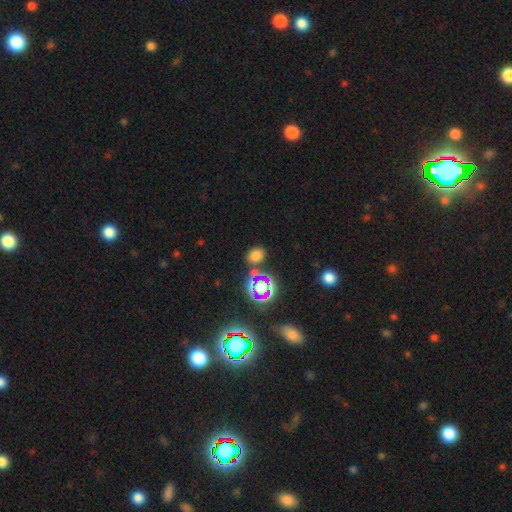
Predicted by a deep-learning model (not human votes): Smooth or featured? smooth (66%)
How rounded? in between (55%)
Merging? none (76%)